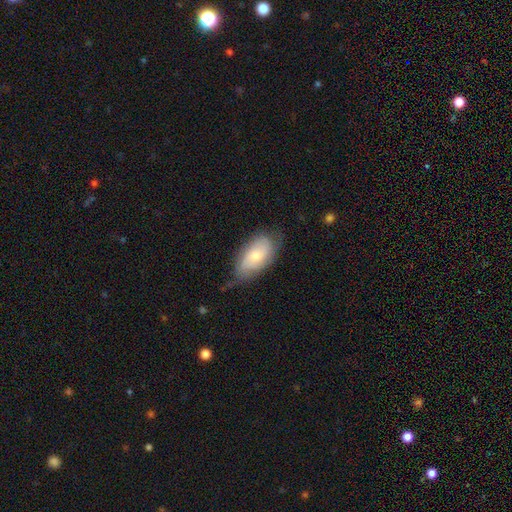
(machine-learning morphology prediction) Smooth or featured?
  - smooth: 58% *
  - featured or disk: 36%
  - star or artifact: 7%
How rounded?
  - in between: 92% *
  - round: 4%
  - cigar-shaped: 4%
Merging?
  - none: 61% *
  - minor disturbance: 30%
  - major disturbance: 8%
  - merger: 2%